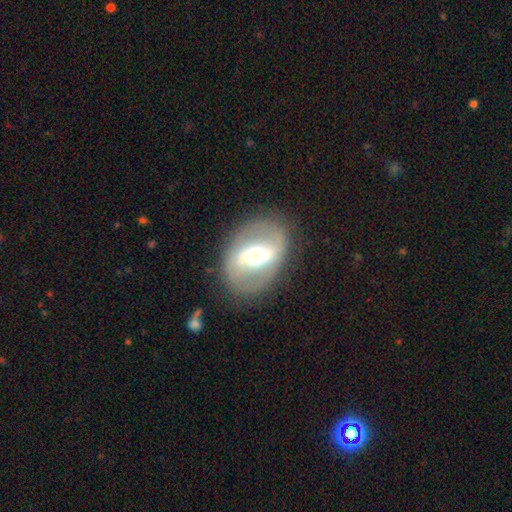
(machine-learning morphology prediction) Q: Smooth or featured?
A: featured or disk (73%); runner-up: smooth (21%)
Q: Edge-on disk?
A: no (94%); runner-up: yes (6%)
Q: Bar?
A: strong (52%); runner-up: weak (32%)
Q: Spiral arms?
A: yes (62%); runner-up: no (38%)
Q: Bulge size?
A: moderate (62%); runner-up: small (20%)
Q: Merging?
A: none (83%); runner-up: minor disturbance (10%)